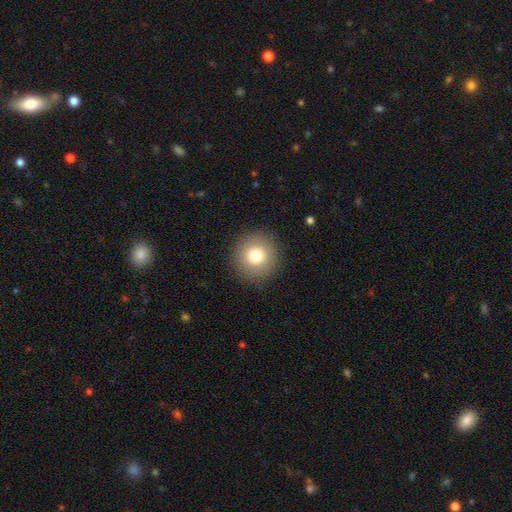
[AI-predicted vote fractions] This appears to be a smooth galaxy with no disk features (78%) that is round (95%). Merging: none (91%).